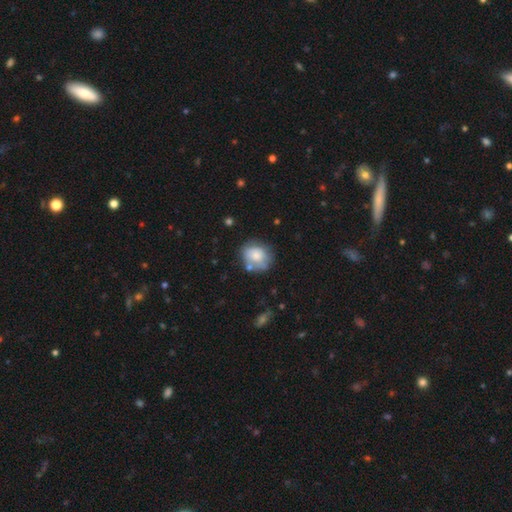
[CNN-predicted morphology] type=smooth (71%); roundness=round (70%); merging=none (60%).